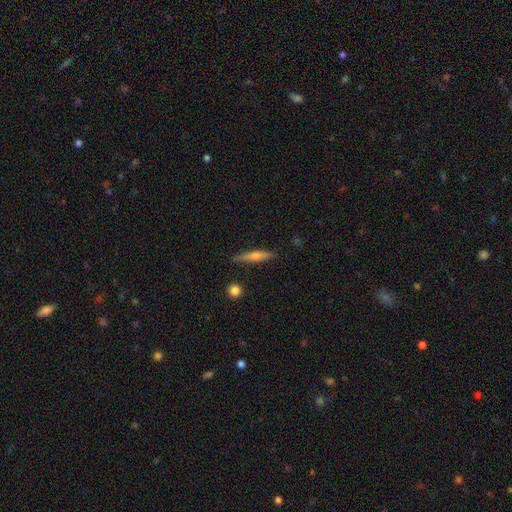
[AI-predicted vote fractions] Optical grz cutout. It shows a smooth galaxy with no disk features (48%). Merging: none (86%).